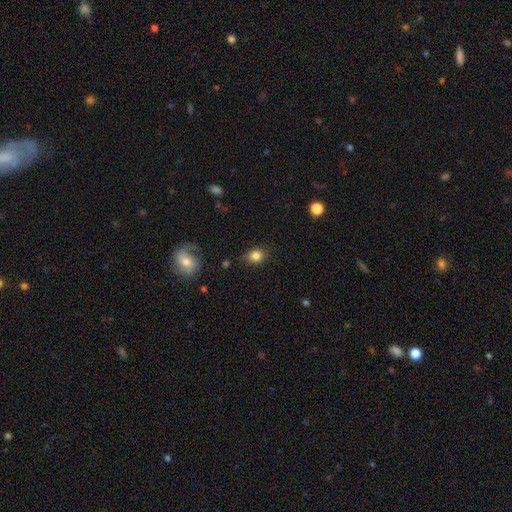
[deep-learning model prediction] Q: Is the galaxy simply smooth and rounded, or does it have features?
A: smooth — 82%.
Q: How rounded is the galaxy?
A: round — 67%.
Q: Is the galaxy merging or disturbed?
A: none — 75%.